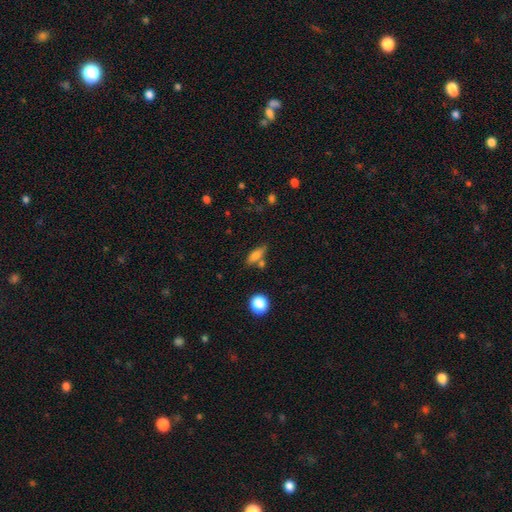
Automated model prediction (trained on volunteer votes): Smooth or featured? Predicted: smooth (p=0.73). How rounded? Predicted: in between (p=0.60). Merging? Predicted: none (p=0.63).